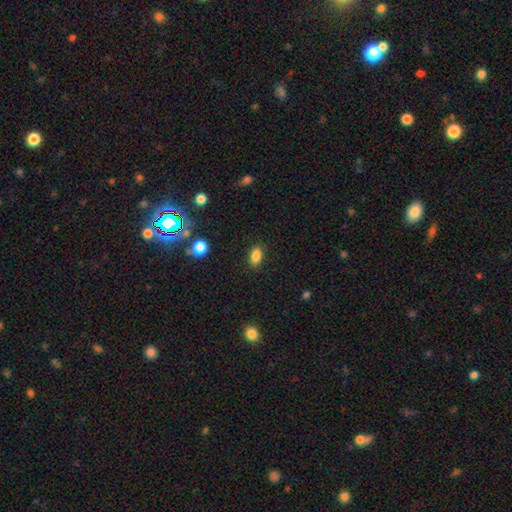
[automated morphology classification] This is clearly a smooth galaxy (85%). How rounded: clearly in between (88%). Merging: clearly none (88%).